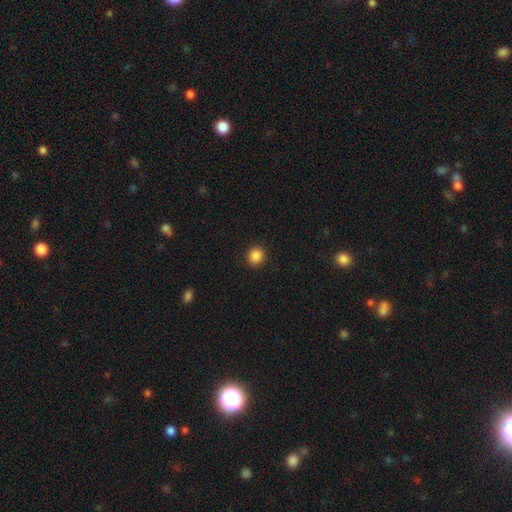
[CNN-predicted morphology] type=smooth (87%); roundness=round (90%); merging=none (92%).